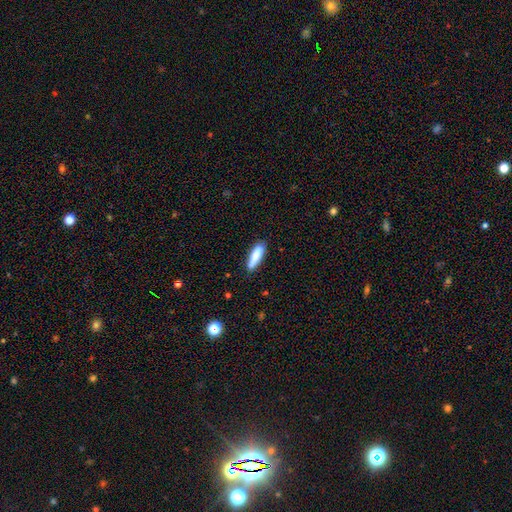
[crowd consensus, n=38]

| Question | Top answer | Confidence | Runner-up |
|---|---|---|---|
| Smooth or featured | smooth | 71% | featured or disk (24%) |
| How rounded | cigar-shaped | 70% | in between (30%) |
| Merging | none | 64% | minor disturbance (33%) |